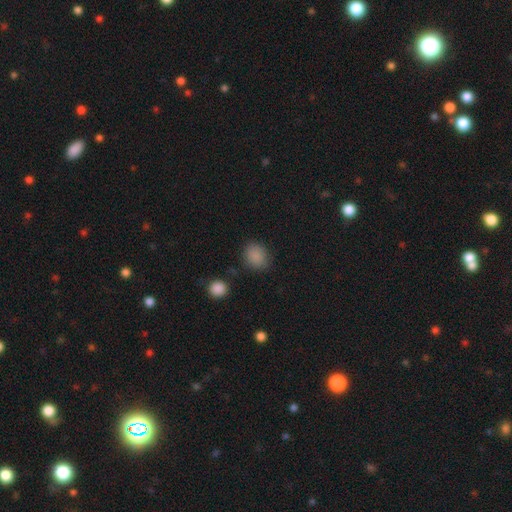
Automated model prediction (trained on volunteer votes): This appears to be a smooth galaxy with no disk features (86%) that is round (64%). Merging: none (82%).